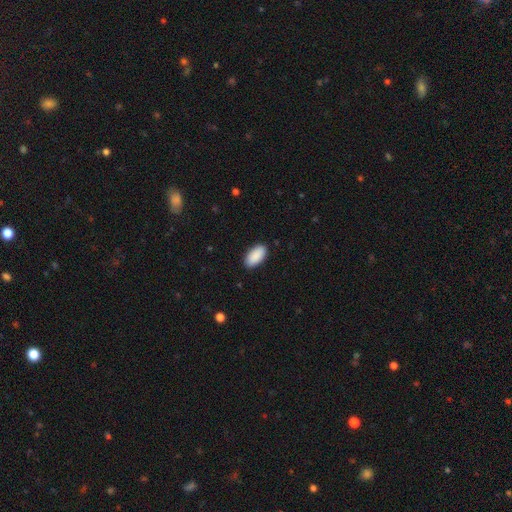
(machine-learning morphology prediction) This appears to be a smooth galaxy with no disk features (91%) that is in between round and cigar-shaped (95%). Merging: none (89%).